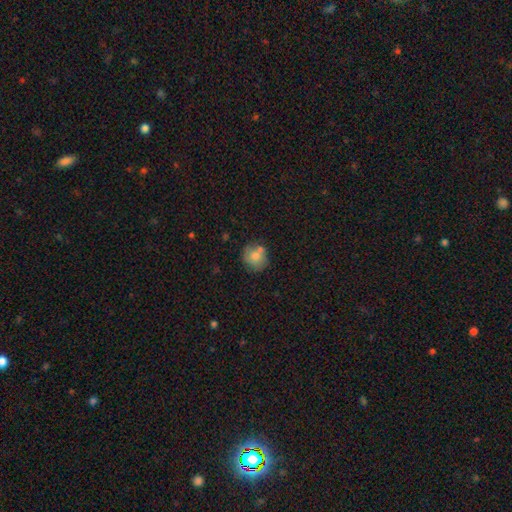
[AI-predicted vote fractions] smooth-or-featured: smooth: 75% | featured or disk: 16% | star or artifact: 8%
  how-rounded: round: 82% | in between: 17% | cigar-shaped: 1%
  merging: none: 62% | merger: 17% | minor disturbance: 16% | major disturbance: 4%